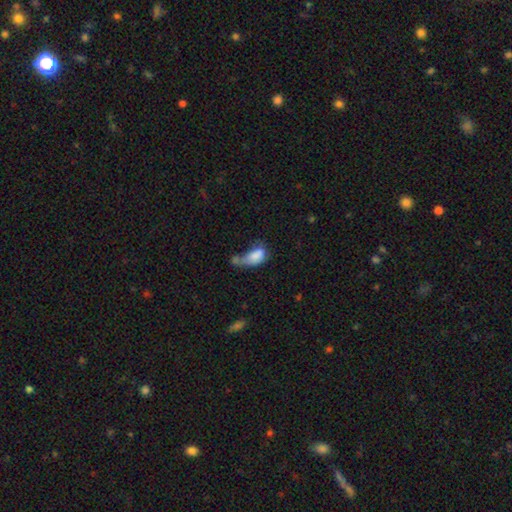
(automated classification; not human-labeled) Overall: smooth (78%). How rounded: in between (88%). Merging: merger (35%; major disturbance 27%).